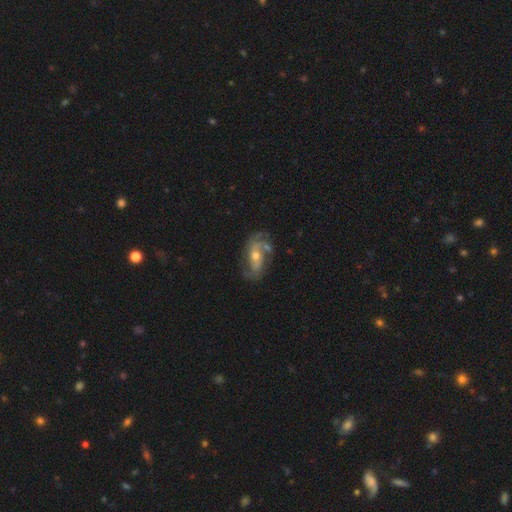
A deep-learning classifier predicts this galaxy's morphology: smooth_or_featured: featured or disk (p=0.84) [alt: smooth p=0.10]
disk_edge_on: no (p=0.95) [alt: yes p=0.05]
bar: no (p=0.49) [alt: weak p=0.35]
has_spiral_arms: yes (p=0.93) [alt: no p=0.07]
spiral_winding: medium (p=0.43) [alt: loose p=0.38]
spiral_arm_count: 2 (p=0.68) [alt: can't tell p=0.11]
bulge_size: moderate (p=0.62) [alt: small p=0.32]
merging: none (p=0.61) [alt: minor disturbance p=0.21]